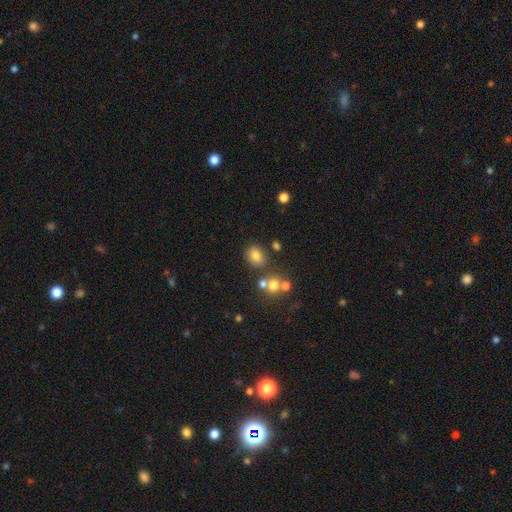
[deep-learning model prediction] Overall: smooth (76%). How rounded: in between (50%; round 49%). Merging: none (75%).